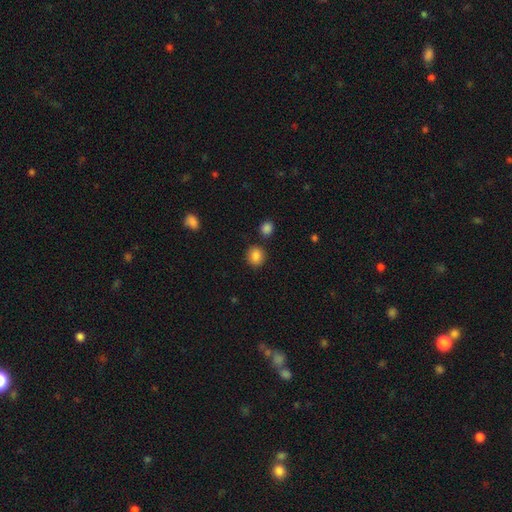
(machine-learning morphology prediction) smooth_or_featured: smooth (p=0.86) [alt: star or artifact p=0.10]
how_rounded: round (p=0.83) [alt: in between p=0.16]
merging: none (p=0.84) [alt: minor disturbance p=0.08]